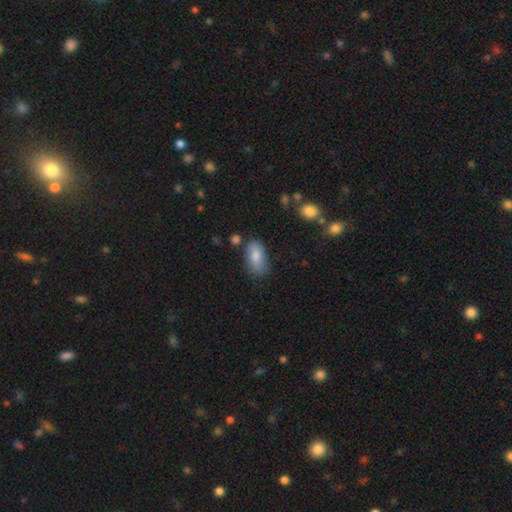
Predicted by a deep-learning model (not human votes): smooth 81%, featured or disk 11%, star or artifact 7%. Down the decision tree: how rounded — in between (93%); merging — none (58%).